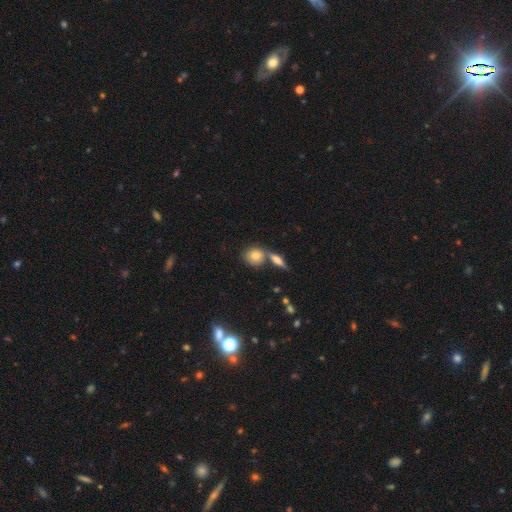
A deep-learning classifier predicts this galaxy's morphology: This appears to be a smooth galaxy with no disk features (77%) that is round (69%). Merging: none (57%).